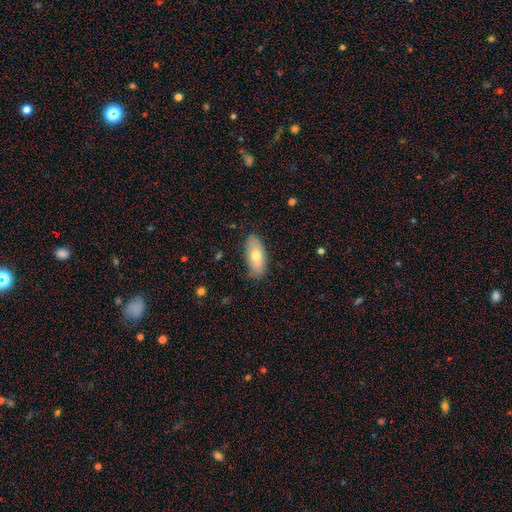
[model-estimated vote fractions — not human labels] The model was most divided on "smooth or featured": smooth: 69%, featured or disk: 24%, star or artifact: 6%. More confident: how rounded — in between (87%); merging — none (80%).